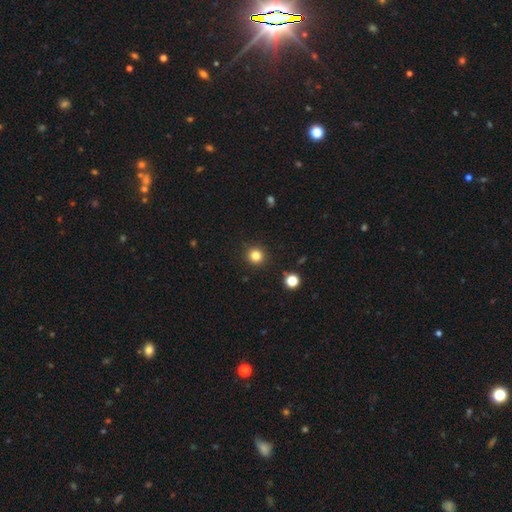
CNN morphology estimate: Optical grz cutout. It shows a smooth galaxy with no disk features (82%) that is round (93%). Merging: none (91%).